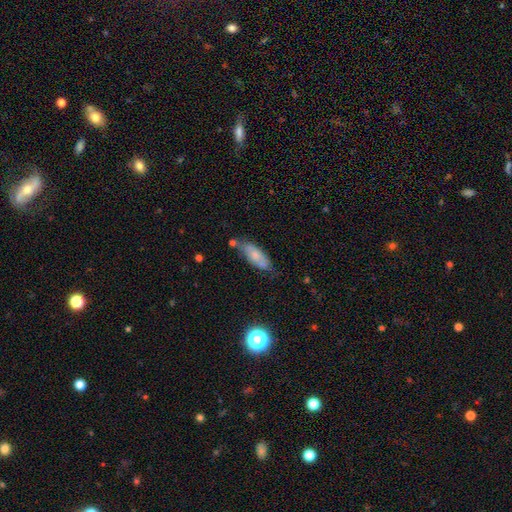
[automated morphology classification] This is likely a smooth galaxy (62%). How rounded: likely in between (67%). Merging: possibly none (58%).